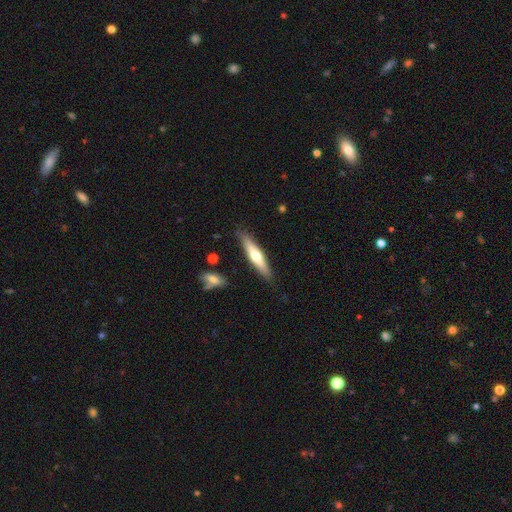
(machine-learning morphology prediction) smooth_or_featured: smooth (p=0.51) [alt: featured or disk p=0.44]
how_rounded: cigar-shaped (p=0.80) [alt: in between p=0.18]
merging: none (p=0.87) [alt: minor disturbance p=0.09]